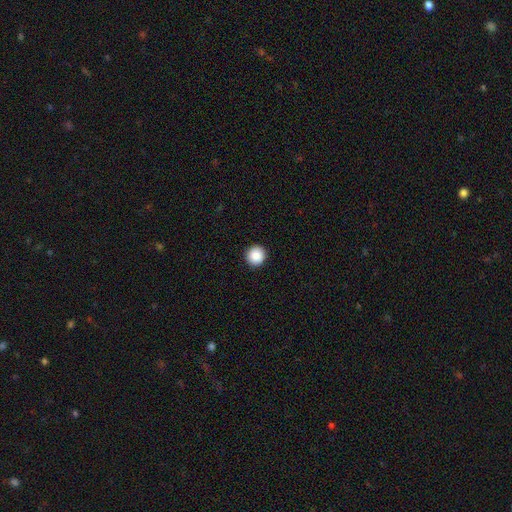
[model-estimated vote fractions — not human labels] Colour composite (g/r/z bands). It shows a smooth galaxy with no disk features (89%) that is round (95%). Merging: none (93%).